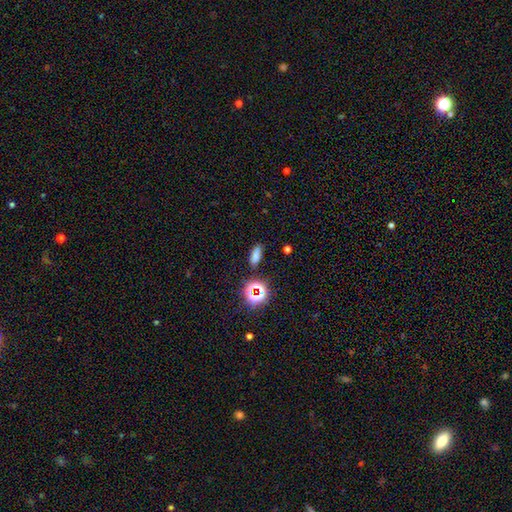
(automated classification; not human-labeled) smooth 70%, star or artifact 22%, featured or disk 8%. Down the decision tree: how rounded — in between (66%); merging — none (82%).